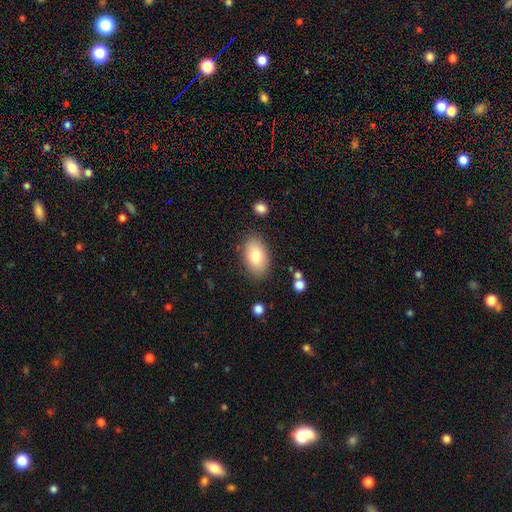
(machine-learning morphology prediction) smooth 80%, featured or disk 12%, star or artifact 7%. Down the decision tree: how rounded — in between (92%); merging — none (84%).